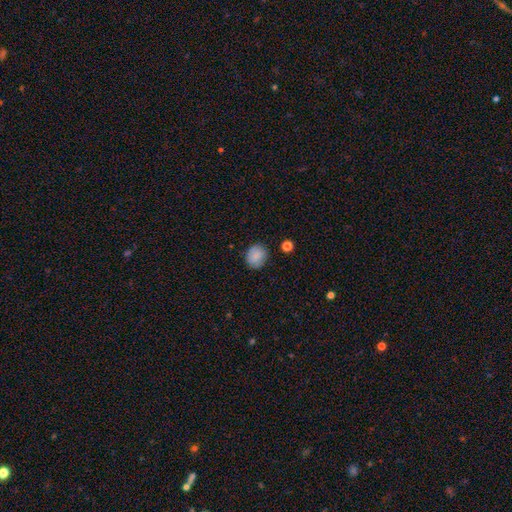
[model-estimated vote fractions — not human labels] Smooth or featured: smooth — 81% (featured or disk — 11%)
How rounded: round — 72% (in between — 27%)
Merging: none — 83% (minor disturbance — 12%)